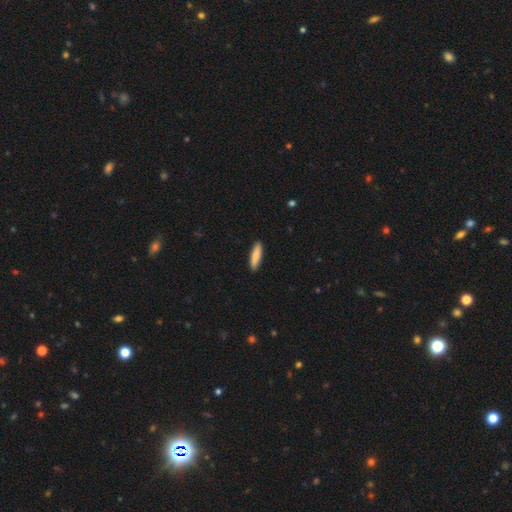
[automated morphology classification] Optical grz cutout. It shows a smooth galaxy with no disk features (85%) that is cigar-shaped (74%). Merging: none (91%).